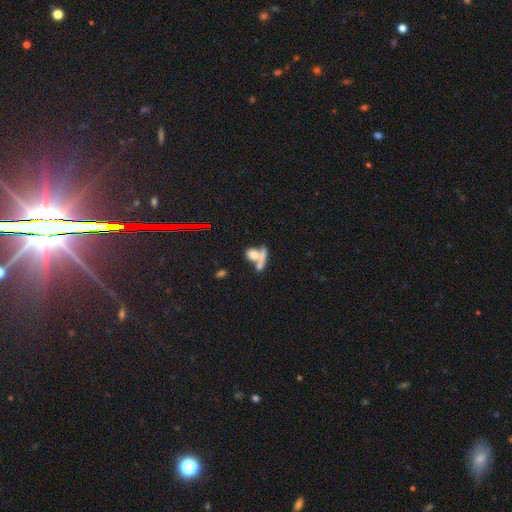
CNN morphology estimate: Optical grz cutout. It shows a smooth galaxy with no disk features (67%) that is in between round and cigar-shaped (49%). Merging: merger (52%).